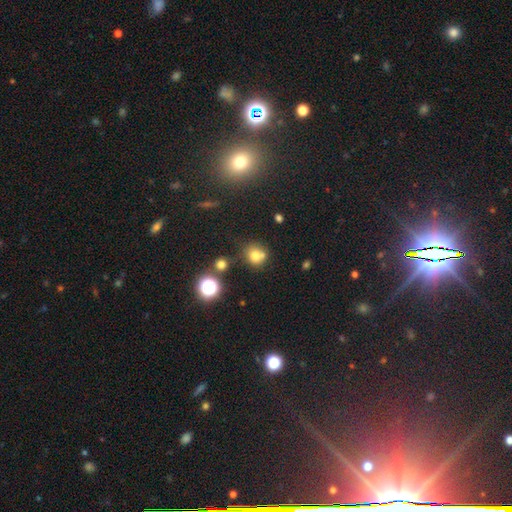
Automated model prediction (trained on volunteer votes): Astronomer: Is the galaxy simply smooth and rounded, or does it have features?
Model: smooth — 72%.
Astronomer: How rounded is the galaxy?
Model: round — 82%.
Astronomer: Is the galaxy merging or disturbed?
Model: none — 56%.